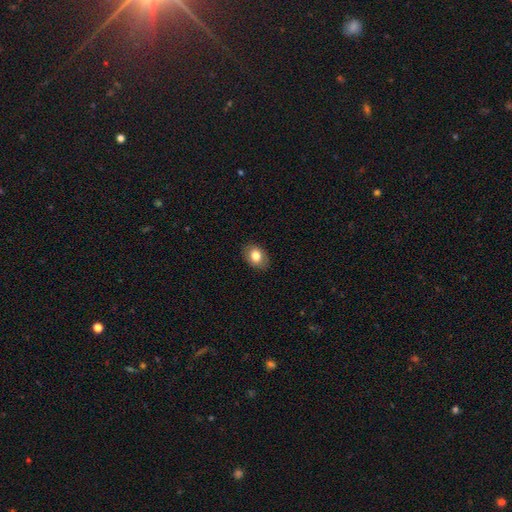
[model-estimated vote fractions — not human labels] Smooth or featured? smooth (79%)
How rounded? in between (74%)
Merging? none (87%)